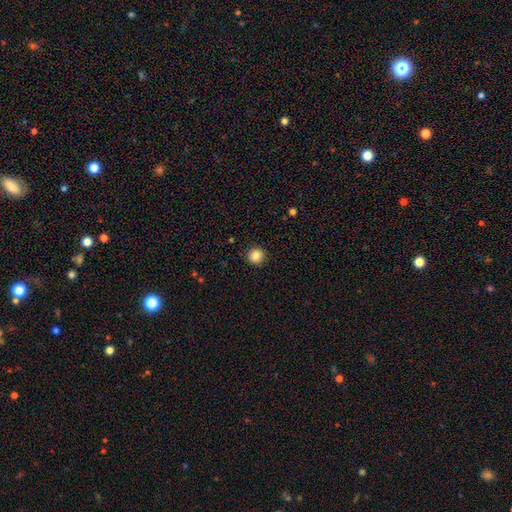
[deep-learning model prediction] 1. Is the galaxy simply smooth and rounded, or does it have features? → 85% smooth, 10% star or artifact, 5% featured or disk.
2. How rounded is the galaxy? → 94% round, 5% in between, 1% cigar-shaped.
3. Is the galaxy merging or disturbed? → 91% none, 6% minor disturbance, 2% major disturbance, 1% merger.